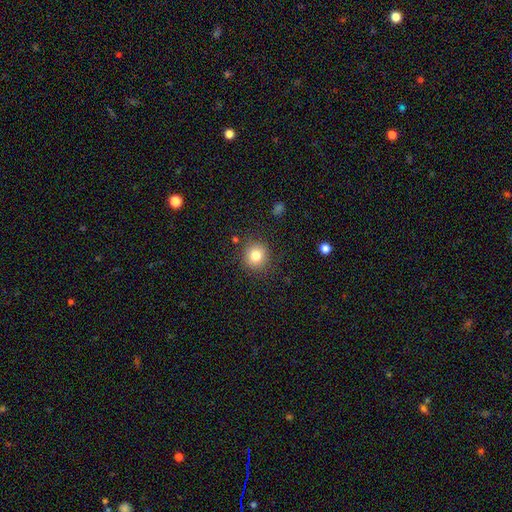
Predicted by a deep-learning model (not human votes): A smooth galaxy with no disk features (81%) that is round (90%). Merging: none (86%).